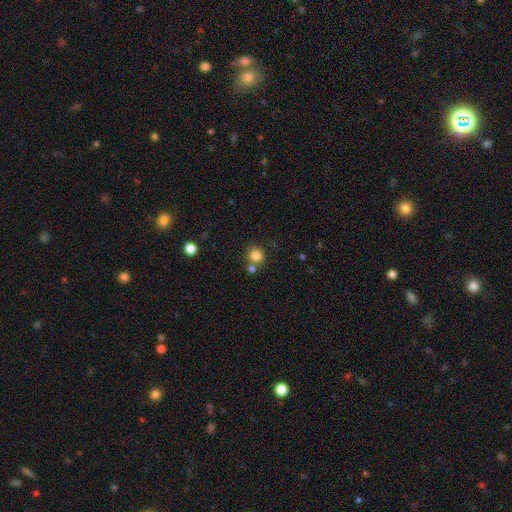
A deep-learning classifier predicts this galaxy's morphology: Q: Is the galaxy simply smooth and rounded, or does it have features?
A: smooth — 82%.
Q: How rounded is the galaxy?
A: round — 88%.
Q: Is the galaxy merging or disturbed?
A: none — 70%.